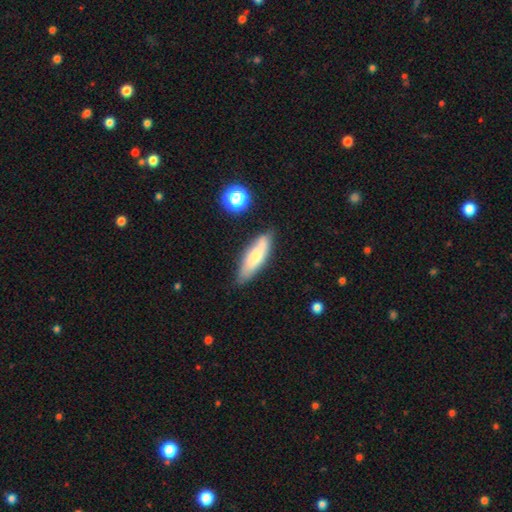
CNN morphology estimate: Overall: smooth (65%; featured or disk 28%). How rounded: cigar-shaped (51%; in between 47%). Merging: none (74%).